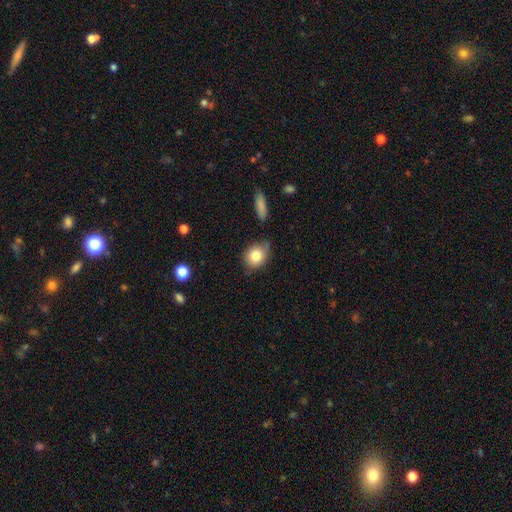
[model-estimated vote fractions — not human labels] Smooth or featured: smooth — 80% (featured or disk — 11%)
How rounded: round — 64% (in between — 35%)
Merging: none — 65% (minor disturbance — 25%)